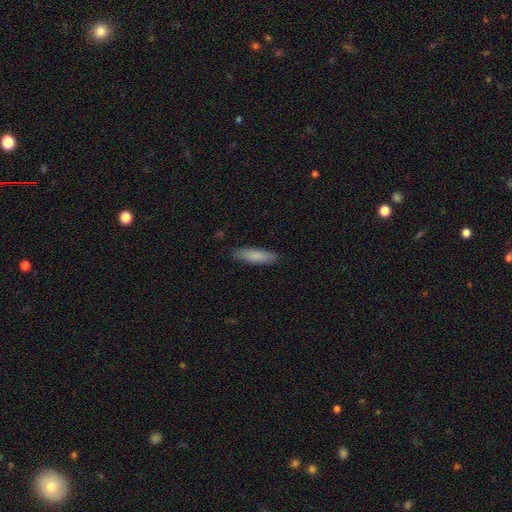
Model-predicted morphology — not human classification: Smooth or featured? smooth (83%)
How rounded? cigar-shaped (72%)
Merging? none (87%)